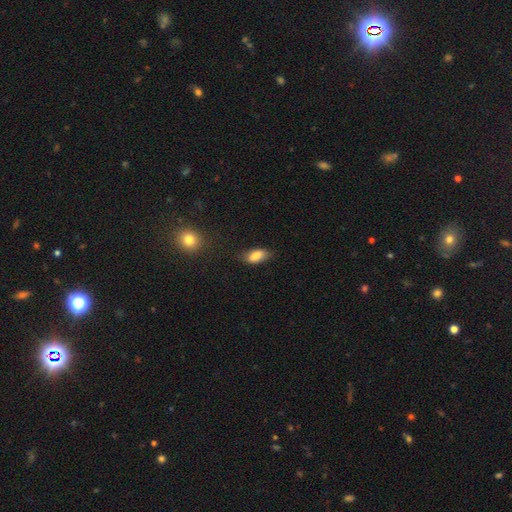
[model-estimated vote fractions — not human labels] Smooth or featured? Predicted: smooth (p=0.82). How rounded? Predicted: in between (p=0.88). Merging? Predicted: none (p=0.72).